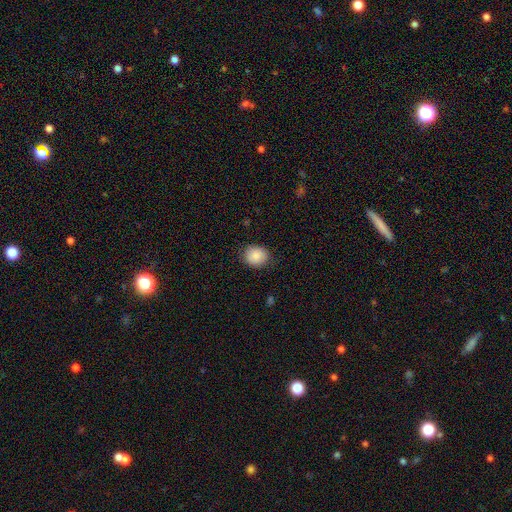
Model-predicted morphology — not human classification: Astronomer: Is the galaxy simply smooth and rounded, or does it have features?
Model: smooth — 86%.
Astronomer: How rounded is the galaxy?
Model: round — 76%.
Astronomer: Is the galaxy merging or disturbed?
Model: none — 86%.